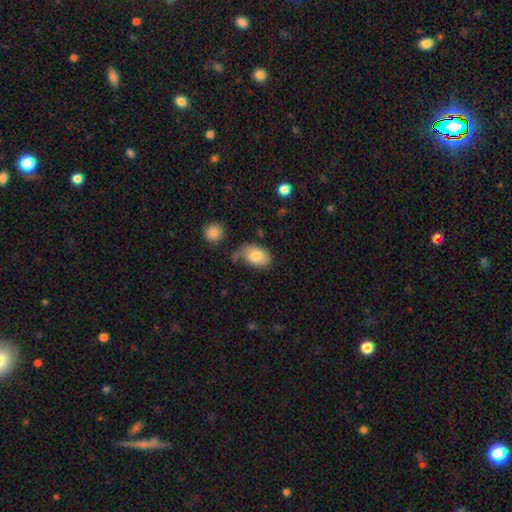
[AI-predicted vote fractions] Q: Smooth or featured?
A: smooth (80%); runner-up: featured or disk (13%)
Q: How rounded?
A: in between (89%); runner-up: round (10%)
Q: Merging?
A: none (53%); runner-up: minor disturbance (25%)